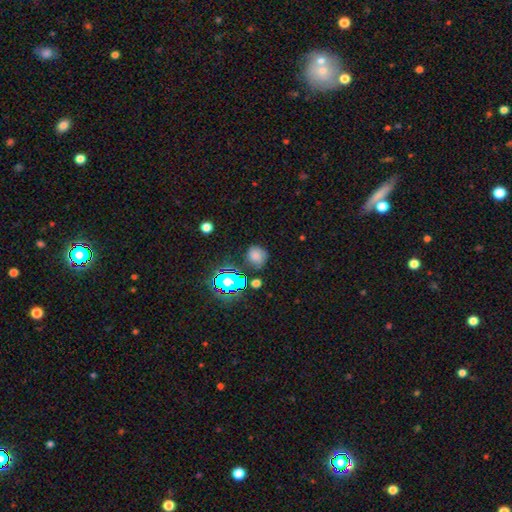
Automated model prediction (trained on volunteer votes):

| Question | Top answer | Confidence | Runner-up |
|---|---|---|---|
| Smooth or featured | smooth | 71% | star or artifact (21%) |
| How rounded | round | 78% | in between (20%) |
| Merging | none | 74% | minor disturbance (16%) |